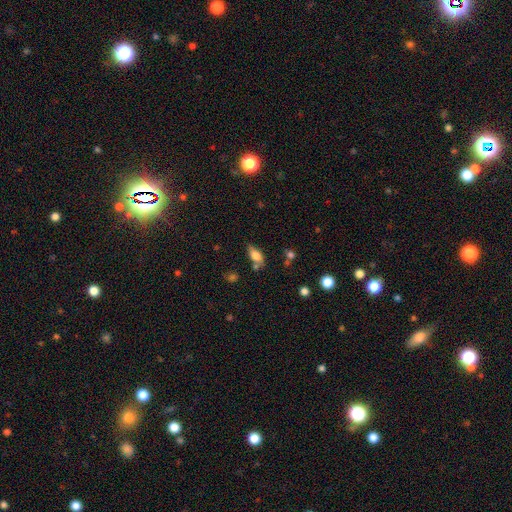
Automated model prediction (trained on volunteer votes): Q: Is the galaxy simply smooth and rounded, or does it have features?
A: smooth — 72%.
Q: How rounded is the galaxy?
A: in between — 83%.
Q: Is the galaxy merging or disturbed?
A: none — 61%.